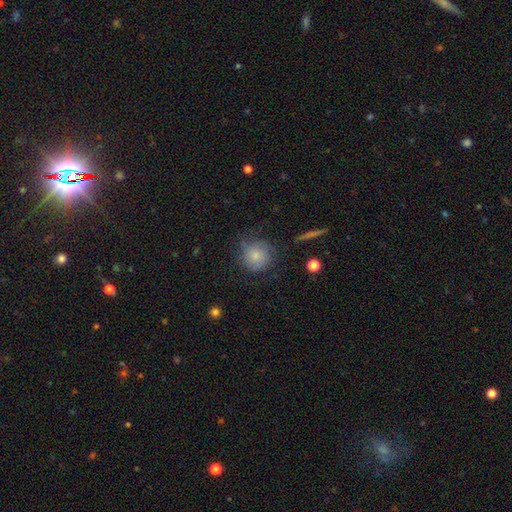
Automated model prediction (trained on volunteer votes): smooth-or-featured: smooth: 70% | featured or disk: 21% | star or artifact: 9%
  how-rounded: round: 89% | in between: 10% | cigar-shaped: 1%
  merging: none: 60% | minor disturbance: 26% | major disturbance: 12% | merger: 2%